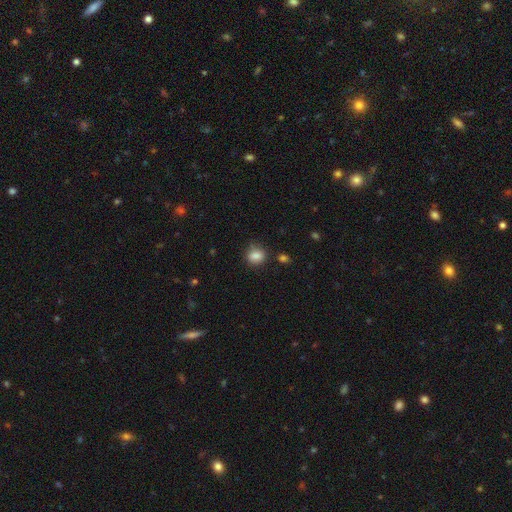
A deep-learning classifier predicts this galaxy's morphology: The model was most divided on "how rounded": round: 62%, in between: 37%, cigar-shaped: 1%. More confident: smooth or featured — smooth (83%); merging — none (74%).